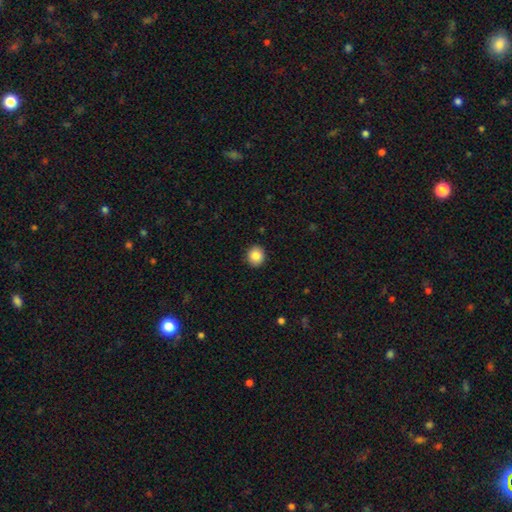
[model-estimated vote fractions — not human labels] The model was most divided on "how rounded": round: 83%, in between: 16%, cigar-shaped: 1%. More confident: merging — none (91%); smooth or featured — smooth (86%).